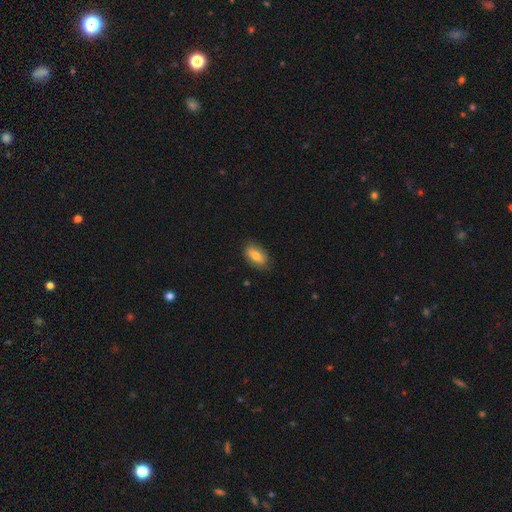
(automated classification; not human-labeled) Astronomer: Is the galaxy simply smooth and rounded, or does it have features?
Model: smooth — 75%.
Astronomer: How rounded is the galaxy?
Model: in between — 88%.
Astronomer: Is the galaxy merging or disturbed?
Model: none — 81%.